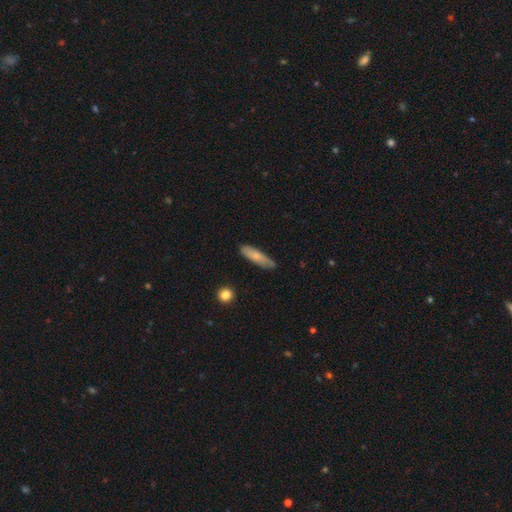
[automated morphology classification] This appears to be a smooth galaxy with no disk features (70%) that is cigar-shaped (67%). Merging: none (75%).